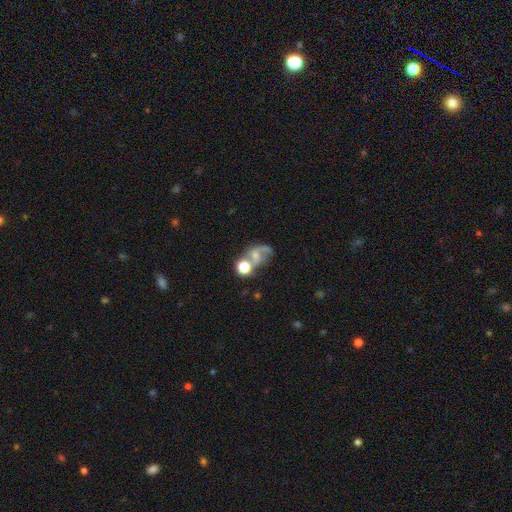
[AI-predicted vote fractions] featured or disk 53%, smooth 31%, star or artifact 16%. Down the decision tree: edge-on disk — no (97%); bar — no (62%); spiral arms — yes (75%); bulge size — small (40%); merging — merger (35%).